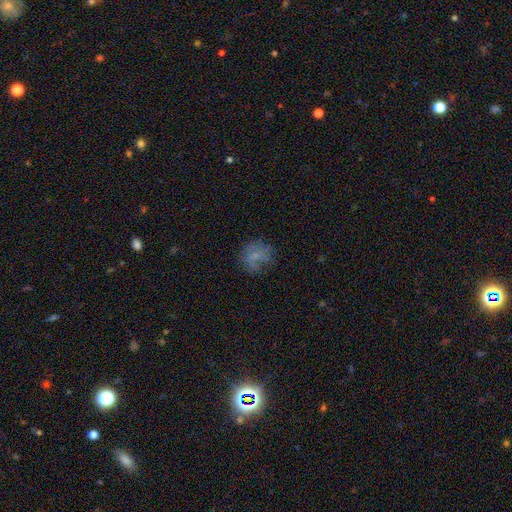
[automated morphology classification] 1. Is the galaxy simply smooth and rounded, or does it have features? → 56% smooth, 30% featured or disk, 14% star or artifact.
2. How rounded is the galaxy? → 75% round, 24% in between, 1% cigar-shaped.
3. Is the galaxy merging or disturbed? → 61% none, 21% minor disturbance, 15% major disturbance, 3% merger.